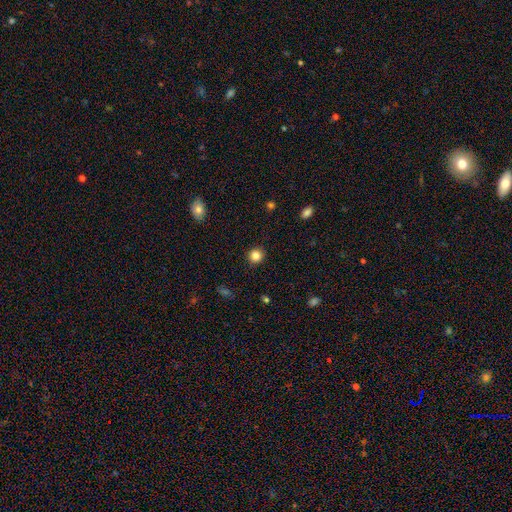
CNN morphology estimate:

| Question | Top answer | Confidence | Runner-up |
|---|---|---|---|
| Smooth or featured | smooth | 84% | star or artifact (11%) |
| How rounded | round | 91% | in between (8%) |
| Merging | none | 91% | minor disturbance (6%) |